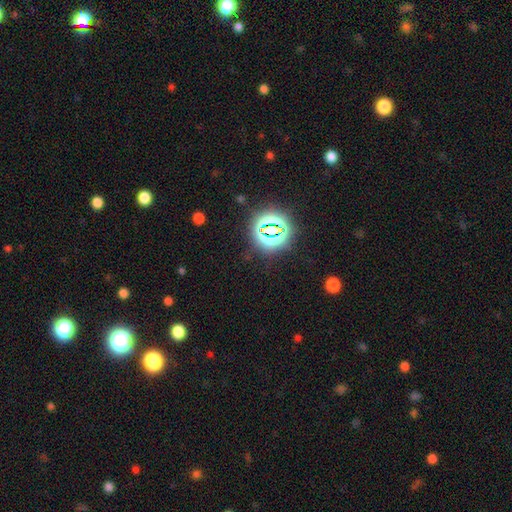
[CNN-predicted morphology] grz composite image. It shows a star or artifact, not a galaxy (79%).